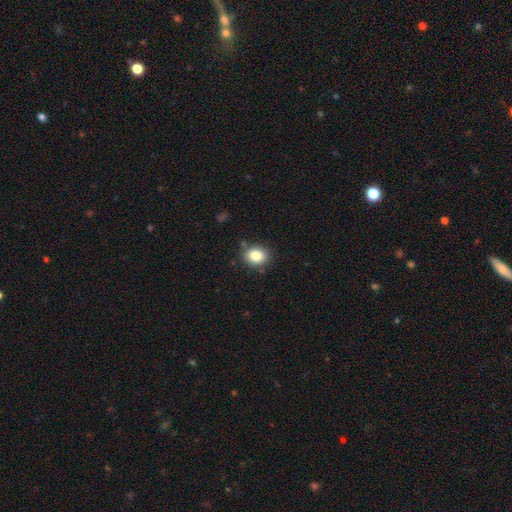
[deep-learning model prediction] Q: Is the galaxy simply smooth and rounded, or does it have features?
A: smooth — 83%.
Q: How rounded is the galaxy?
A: round — 58%.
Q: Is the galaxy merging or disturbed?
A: none — 84%.